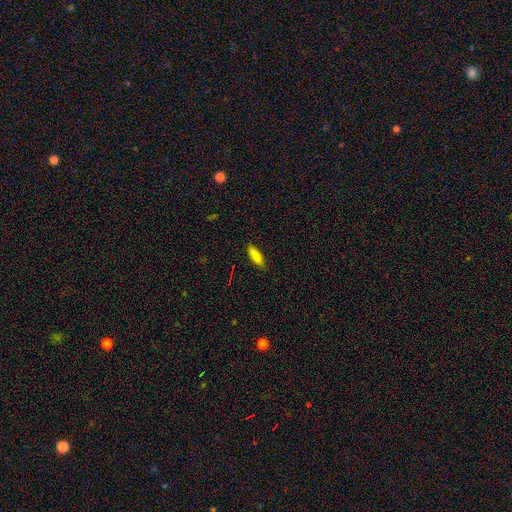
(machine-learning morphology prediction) A smooth galaxy with no disk features (84%) that is in between round and cigar-shaped (54%). Merging: none (87%).